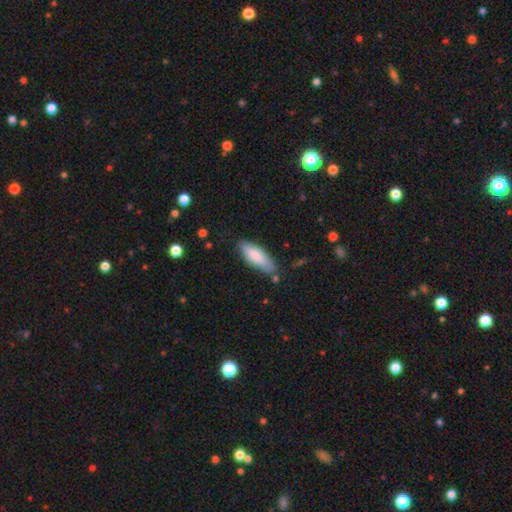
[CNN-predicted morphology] Smooth or featured? smooth (80%)
How rounded? in between (59%)
Merging? none (75%)